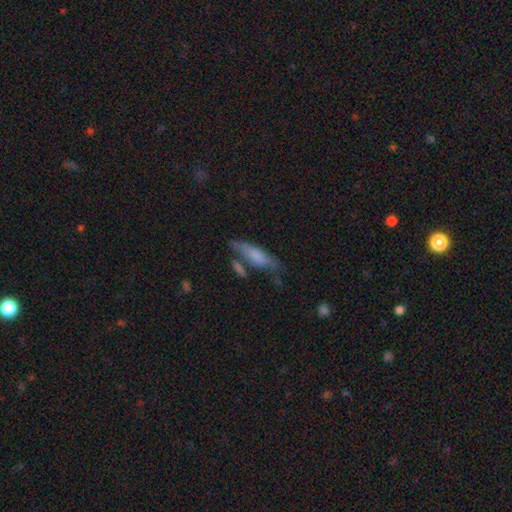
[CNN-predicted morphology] Smooth or featured? Predicted: smooth (p=0.65). How rounded? Predicted: cigar-shaped (p=0.58). Merging? Predicted: none (p=0.55).